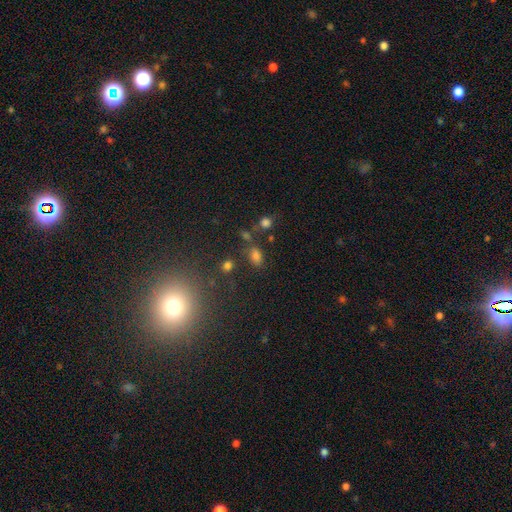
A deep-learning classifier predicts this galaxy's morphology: This is likely a smooth galaxy (68%). How rounded: likely in between (79%). Merging: likely none (73%).